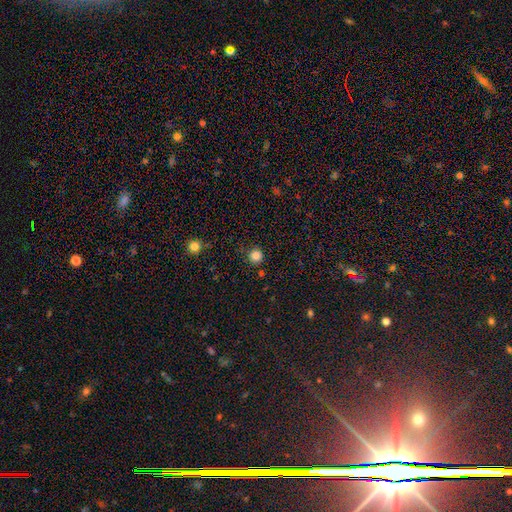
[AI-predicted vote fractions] A smooth galaxy with no disk features (84%) that is round (95%).

Vote fractions:
- Smooth or featured? smooth: 84% / star or artifact: 13% / featured or disk: 3%
- How rounded? round: 95% / in between: 4% / cigar-shaped: 1%
- Merging? none: 89% / minor disturbance: 7% / major disturbance: 2% / merger: 2%